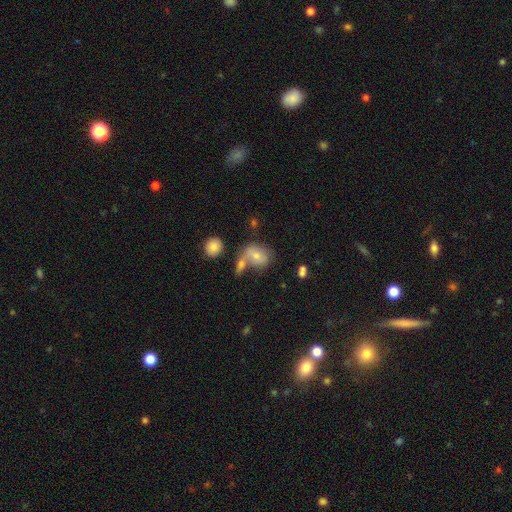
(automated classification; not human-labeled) smooth 66%, featured or disk 24%, star or artifact 10%. Down the decision tree: how rounded — in between (64%); merging — merger (41%).